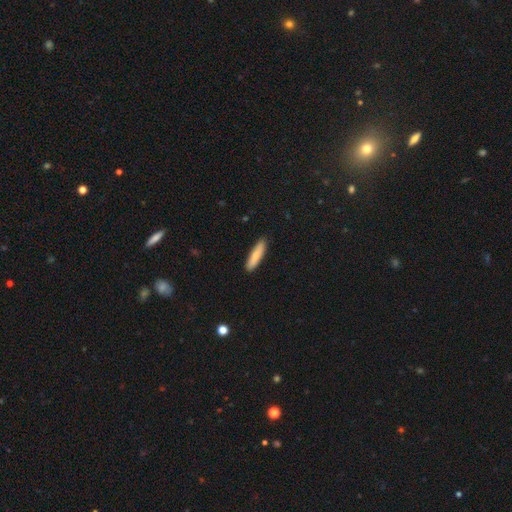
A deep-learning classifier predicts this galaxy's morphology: A smooth galaxy with no disk features (80%) that is cigar-shaped (78%).

Vote fractions:
- Smooth or featured? smooth: 80% / featured or disk: 14% / star or artifact: 6%
- How rounded? cigar-shaped: 78% / in between: 20% / round: 1%
- Merging? none: 89% / minor disturbance: 8% / major disturbance: 2% / merger: 1%